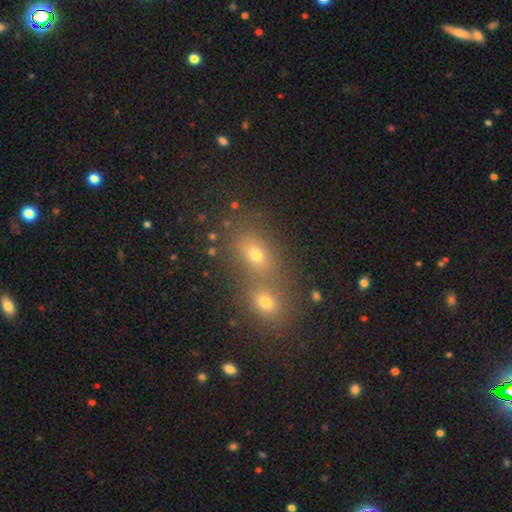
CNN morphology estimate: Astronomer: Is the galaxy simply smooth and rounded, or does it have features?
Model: smooth — 51% (runner-up: star or artifact, 35%).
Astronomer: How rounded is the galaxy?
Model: round — 66%.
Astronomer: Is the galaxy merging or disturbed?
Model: merger — 53% (runner-up: none, 38%).